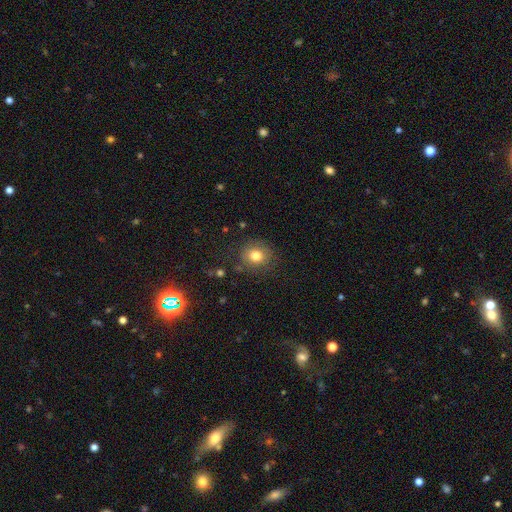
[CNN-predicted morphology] A smooth galaxy with no disk features (79%) that is round (83%). Merging: none (82%).